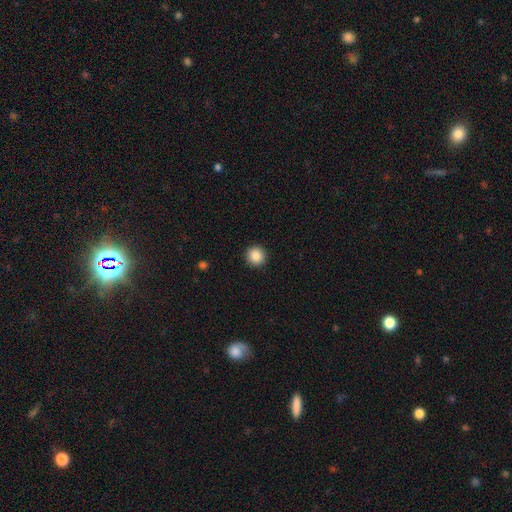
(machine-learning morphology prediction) smooth 88%, star or artifact 9%, featured or disk 3%. Down the decision tree: how rounded — round (93%); merging — none (93%).